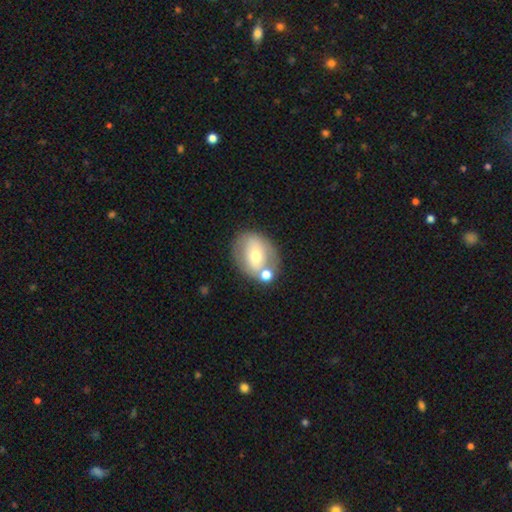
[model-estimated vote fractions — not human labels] This appears to be a smooth galaxy with no disk features (48%). Merging: none (60%).